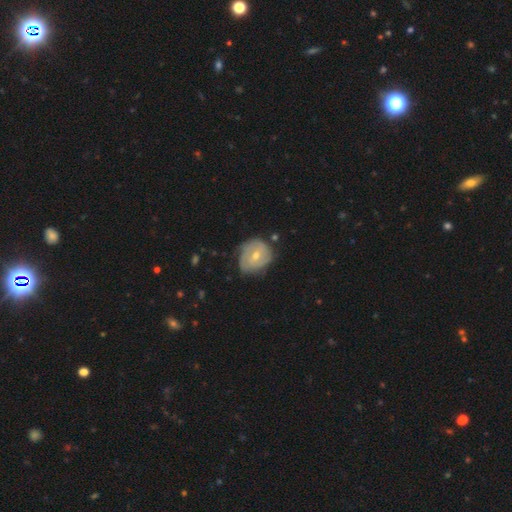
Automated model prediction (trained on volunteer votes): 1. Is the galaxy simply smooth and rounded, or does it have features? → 56% featured or disk, 37% smooth, 6% star or artifact.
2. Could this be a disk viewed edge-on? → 96% no, 4% yes.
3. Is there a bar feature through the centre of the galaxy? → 50% no, 40% weak, 10% strong.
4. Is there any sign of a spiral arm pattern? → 69% yes, 31% no.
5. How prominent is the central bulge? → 54% moderate, 42% small, 1% large, 1% none, 1% dominant.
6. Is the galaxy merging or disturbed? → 56% none, 32% minor disturbance, 9% major disturbance, 2% merger.